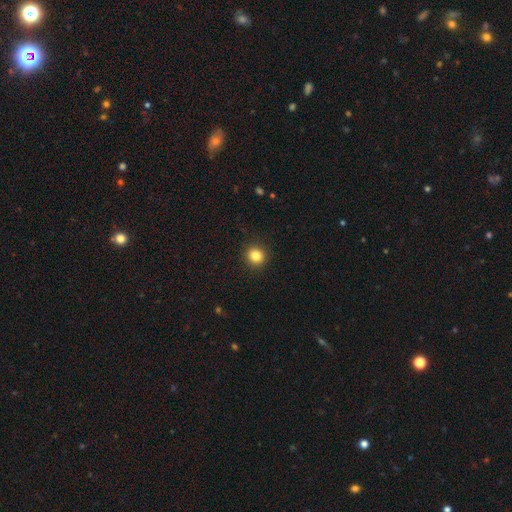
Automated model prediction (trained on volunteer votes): Smooth or featured? Predicted: smooth (p=0.84). How rounded? Predicted: round (p=0.90). Merging? Predicted: none (p=0.92).